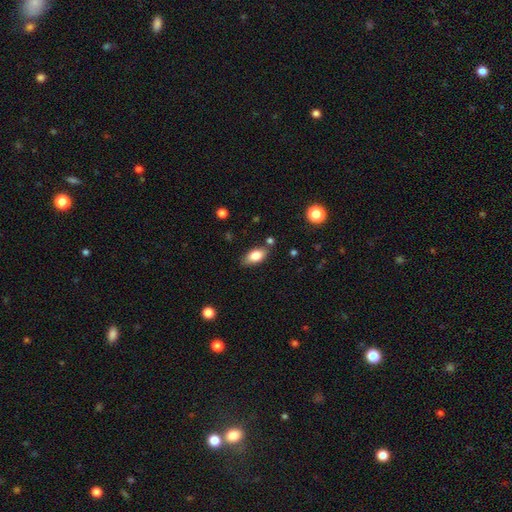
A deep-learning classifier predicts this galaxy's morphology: Q: Smooth or featured?
A: smooth (79%); runner-up: featured or disk (13%)
Q: How rounded?
A: in between (89%); runner-up: cigar-shaped (7%)
Q: Merging?
A: none (77%); runner-up: minor disturbance (15%)